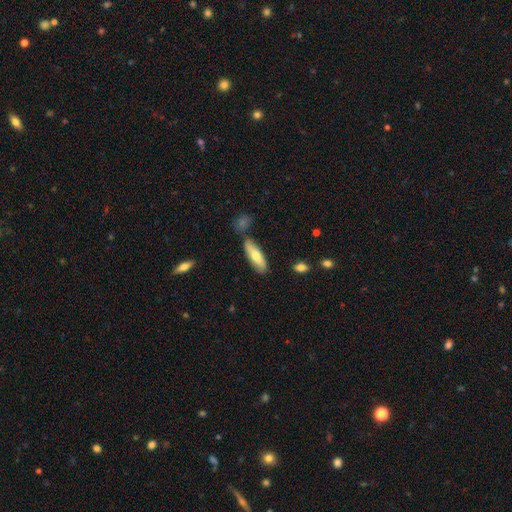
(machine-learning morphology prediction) Smooth or featured: smooth — 69% (featured or disk — 25%)
How rounded: cigar-shaped — 50% (in between — 48%)
Merging: none — 75% (minor disturbance — 15%)